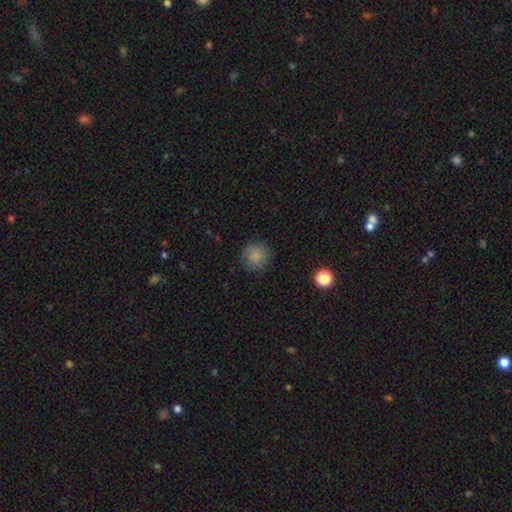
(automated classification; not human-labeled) The model was most divided on "smooth or featured": smooth: 85%, star or artifact: 11%, featured or disk: 5%. More confident: how rounded — round (94%); merging — none (89%).